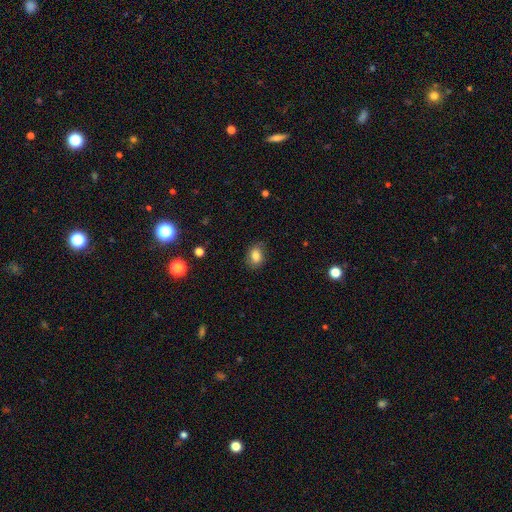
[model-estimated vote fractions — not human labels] This is clearly a smooth galaxy (82%). How rounded: likely in between (64%). Merging: likely none (79%).